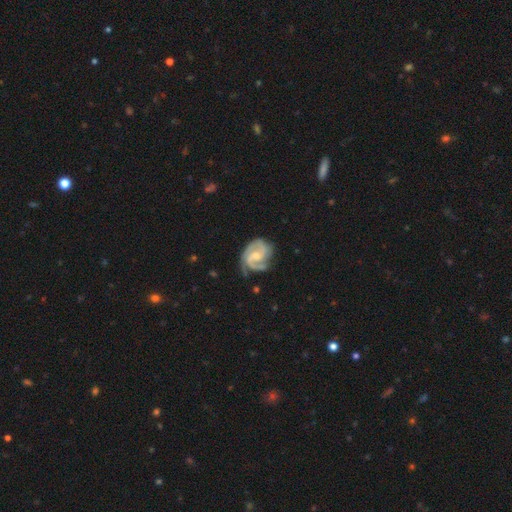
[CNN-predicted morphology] Overall: featured or disk (91%). Edge-on disk: no (98%). Bar: weak (46%; no 43%). Spiral arms: yes (98%). Spiral arm count: 2 (62%; 3 25%). Spiral winding: medium (48%; tight 42%). Bulge size: small (52%; moderate 40%). Merging: none (67%).